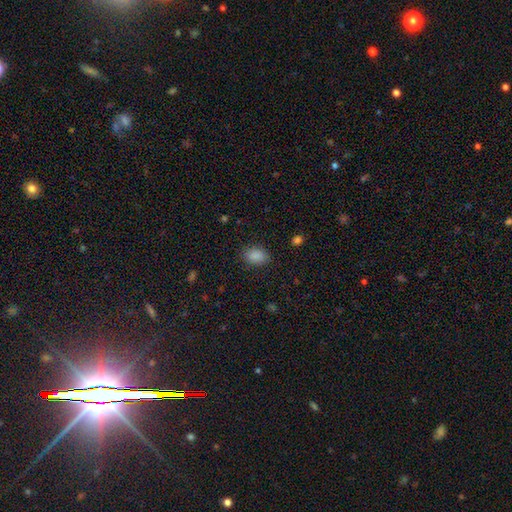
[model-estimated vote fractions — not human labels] Smooth or featured: smooth — 88% (star or artifact — 9%)
How rounded: in between — 82% (round — 17%)
Merging: none — 86% (minor disturbance — 10%)